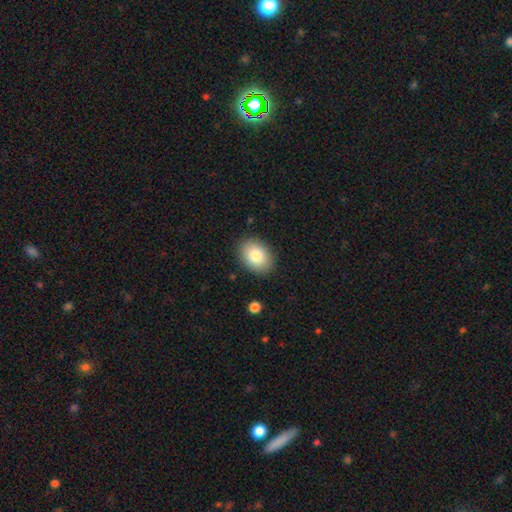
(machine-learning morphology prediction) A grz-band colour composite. It shows a smooth galaxy with no disk features (83%) that is in between round and cigar-shaped (72%). Merging: none (88%).